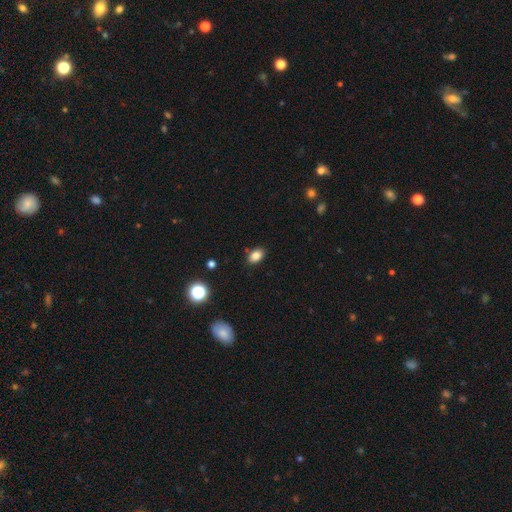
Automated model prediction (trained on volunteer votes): This is clearly a smooth galaxy (83%). How rounded: clearly in between (83%). Merging: clearly none (85%).